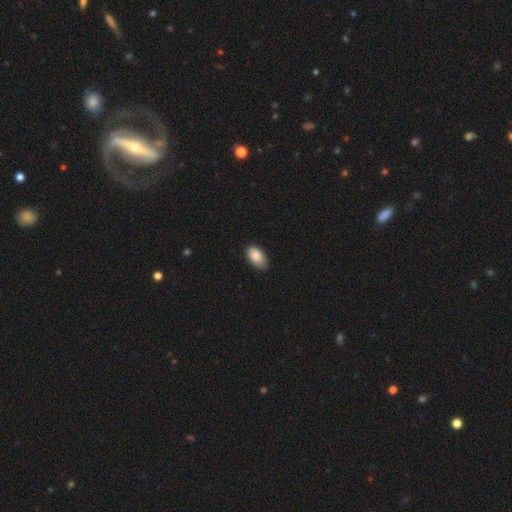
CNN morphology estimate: Smooth or featured: smooth — 88% (star or artifact — 7%)
How rounded: in between — 94% (round — 4%)
Merging: none — 79% (minor disturbance — 17%)